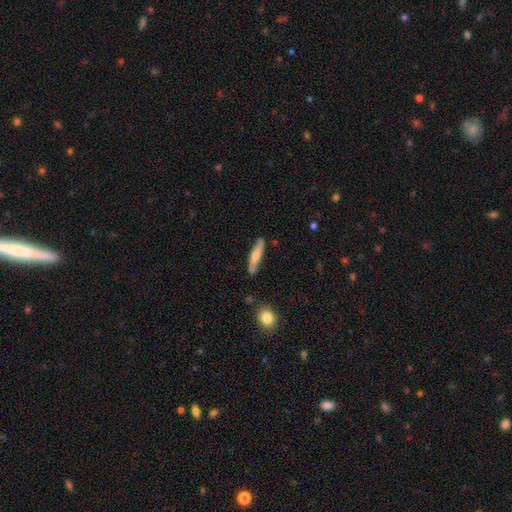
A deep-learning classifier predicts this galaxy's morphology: The model was most divided on "smooth or featured": smooth: 69%, featured or disk: 26%, star or artifact: 5%. More confident: how rounded — cigar-shaped (87%); merging — none (82%).